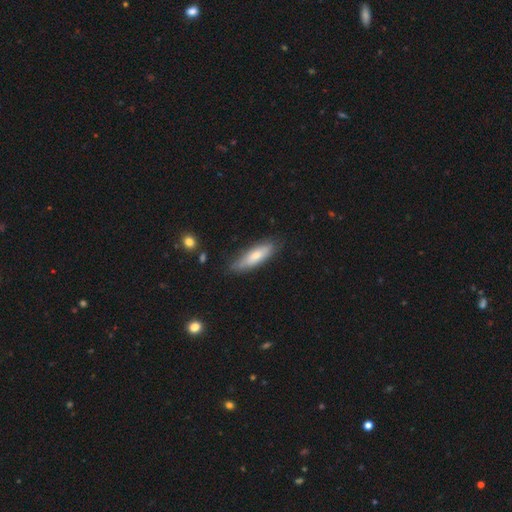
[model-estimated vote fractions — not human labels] Smooth or featured? Predicted: smooth (p=0.65). How rounded? Predicted: cigar-shaped (p=0.53). Merging? Predicted: none (p=0.68).